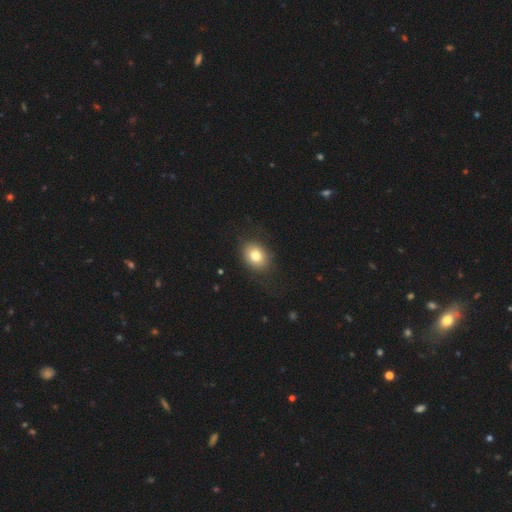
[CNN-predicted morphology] type=smooth (79%); roundness=in between (58%); merging=none (82%).